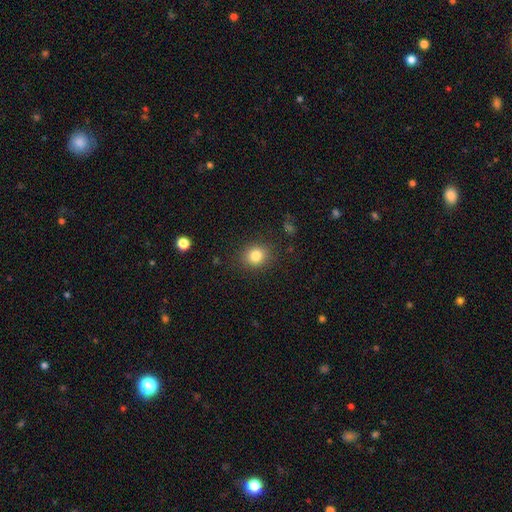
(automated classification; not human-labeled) A smooth galaxy with no disk features (82%) that is round (80%).

Vote fractions:
- Smooth or featured? smooth: 82% / star or artifact: 12% / featured or disk: 7%
- How rounded? round: 80% / in between: 19% / cigar-shaped: 1%
- Merging? none: 88% / minor disturbance: 8% / major disturbance: 3% / merger: 1%